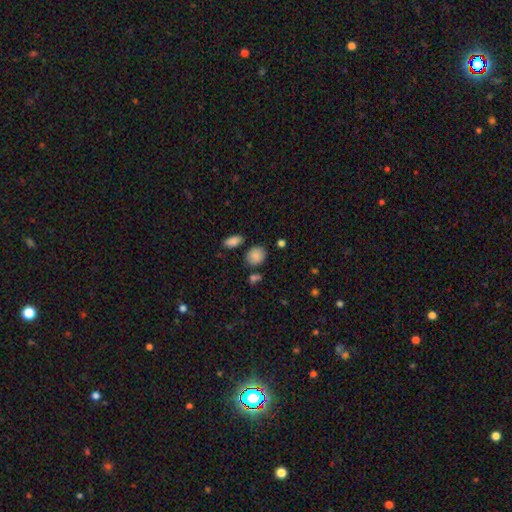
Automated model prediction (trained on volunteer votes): Q: Smooth or featured?
A: smooth (85%); runner-up: star or artifact (10%)
Q: How rounded?
A: round (57%); runner-up: in between (41%)
Q: Merging?
A: none (74%); runner-up: minor disturbance (14%)